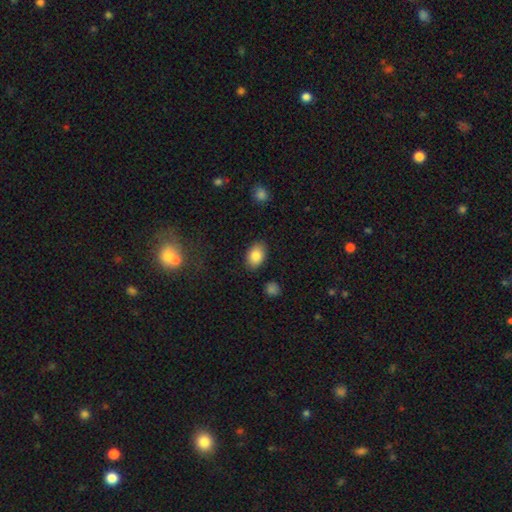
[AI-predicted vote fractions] smooth 85%, star or artifact 8%, featured or disk 8%. Down the decision tree: how rounded — in between (87%); merging — none (85%).